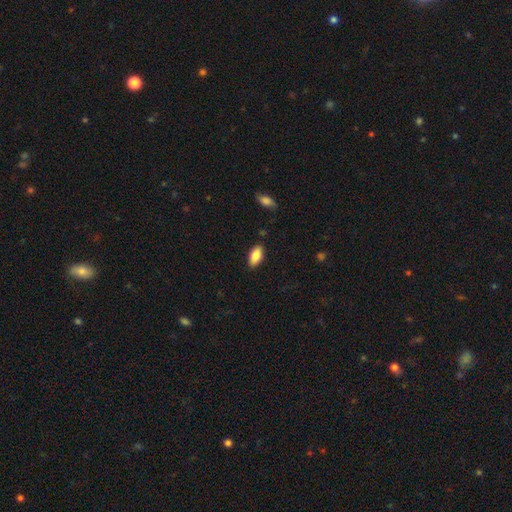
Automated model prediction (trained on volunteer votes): A smooth galaxy with no disk features (83%) that is in between round and cigar-shaped (90%). Merging: none (87%).